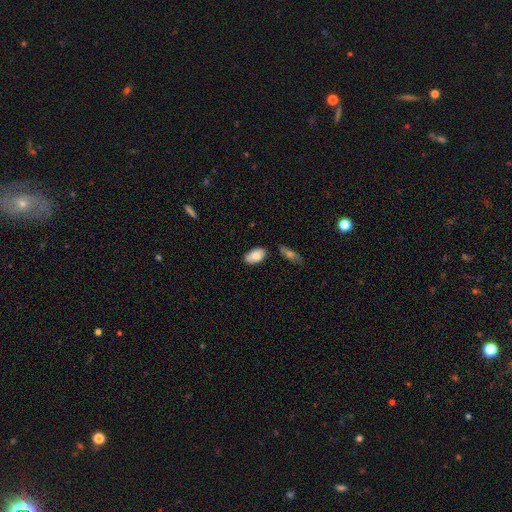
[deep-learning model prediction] This is clearly a smooth galaxy (86%). How rounded: clearly in between (94%). Merging: likely none (79%).